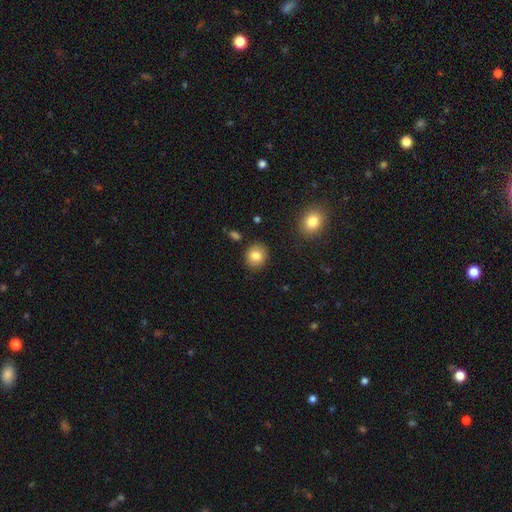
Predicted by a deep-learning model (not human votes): The model was most divided on "how rounded": round: 83%, in between: 16%, cigar-shaped: 1%. More confident: merging — none (88%); smooth or featured — smooth (83%).